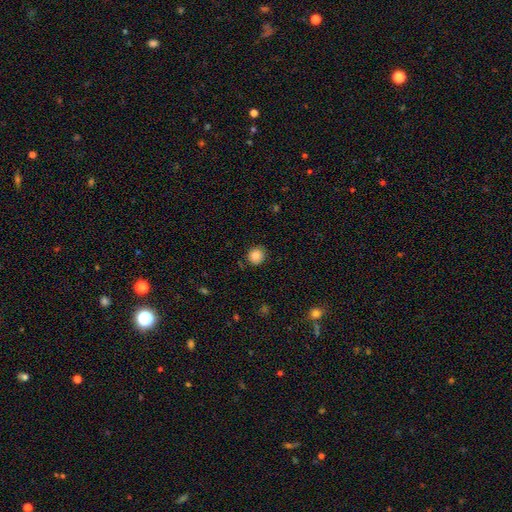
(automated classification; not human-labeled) smooth-or-featured: smooth: 87% | star or artifact: 10% | featured or disk: 4%
  how-rounded: round: 88% | in between: 11% | cigar-shaped: 1%
  merging: none: 87% | minor disturbance: 9% | major disturbance: 2% | merger: 1%